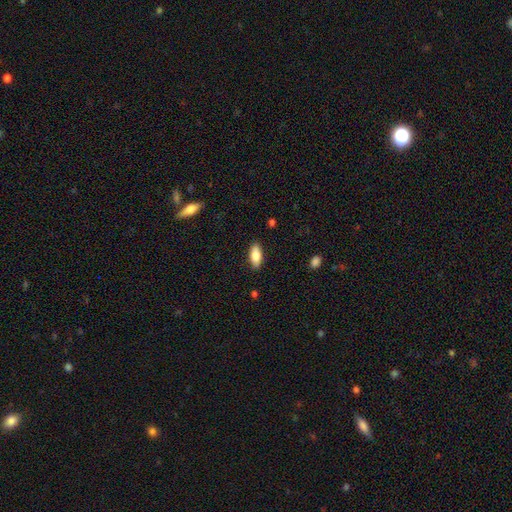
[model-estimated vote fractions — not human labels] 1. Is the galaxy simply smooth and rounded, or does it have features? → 82% smooth, 11% featured or disk, 6% star or artifact.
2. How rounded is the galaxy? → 85% in between, 13% cigar-shaped, 2% round.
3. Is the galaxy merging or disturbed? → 88% none, 9% minor disturbance, 2% major disturbance, 1% merger.